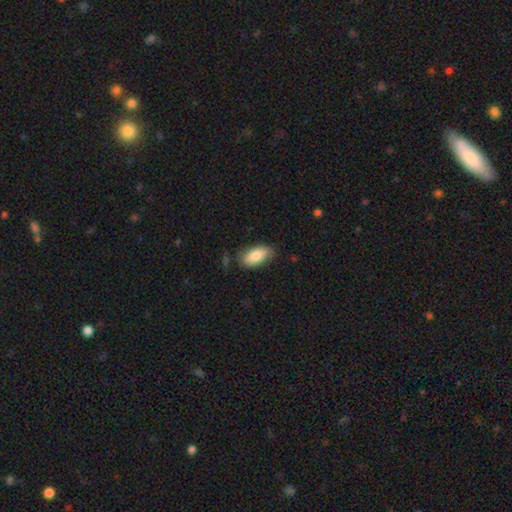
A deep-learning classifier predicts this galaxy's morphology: smooth_or_featured: smooth (p=0.83) [alt: featured or disk p=0.11]
how_rounded: in between (p=0.92) [alt: cigar-shaped p=0.05]
merging: none (p=0.75) [alt: minor disturbance p=0.19]